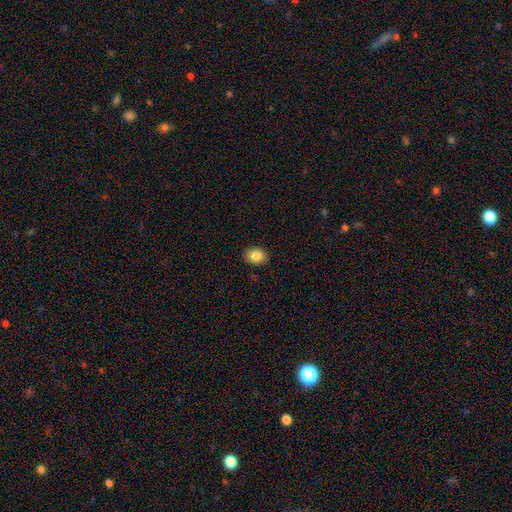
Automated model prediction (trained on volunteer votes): smooth 87%, star or artifact 8%, featured or disk 5%. Down the decision tree: how rounded — in between (60%); merging — none (88%).